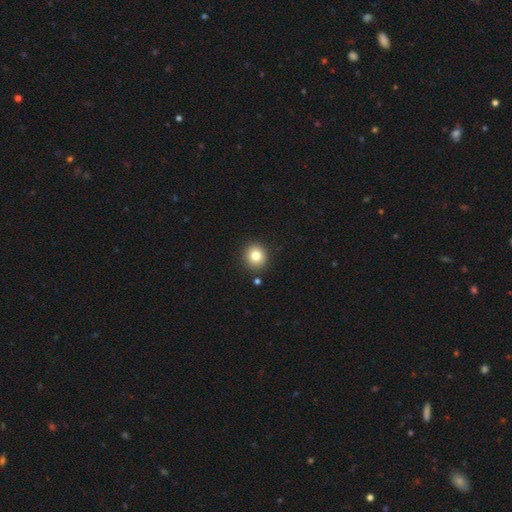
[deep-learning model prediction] Smooth or featured: smooth — 80% (star or artifact — 11%)
How rounded: round — 90% (in between — 9%)
Merging: none — 90% (minor disturbance — 6%)